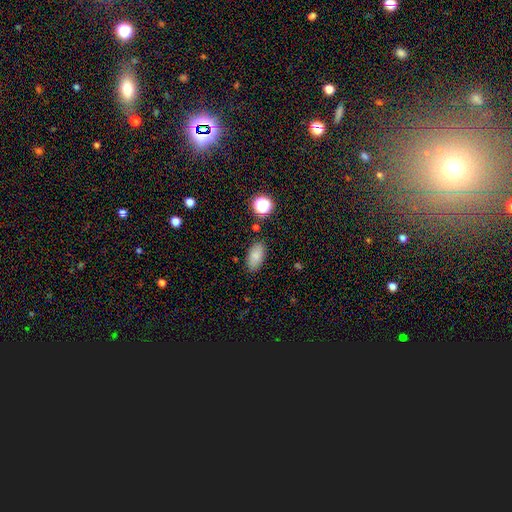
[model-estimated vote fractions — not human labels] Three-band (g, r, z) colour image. It shows a smooth galaxy with no disk features (83%) that is in between round and cigar-shaped (91%). Merging: none (83%).